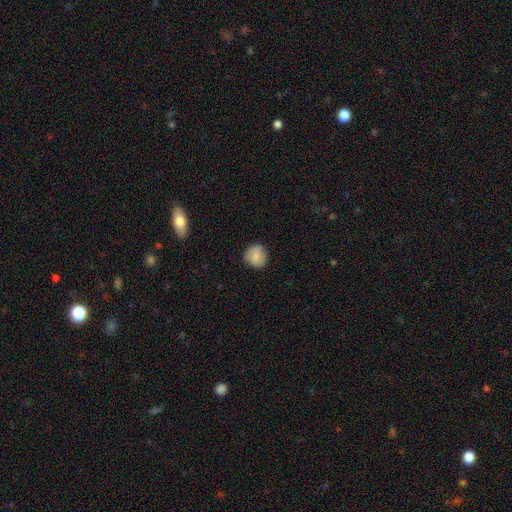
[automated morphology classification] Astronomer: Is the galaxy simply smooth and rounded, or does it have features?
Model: smooth — 83%.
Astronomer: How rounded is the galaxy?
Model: round — 88%.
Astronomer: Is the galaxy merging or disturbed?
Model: none — 82%.